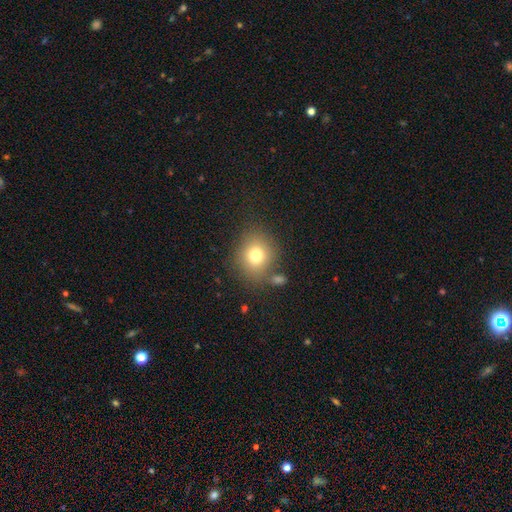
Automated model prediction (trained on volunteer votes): Q: Smooth or featured?
A: smooth (74%); runner-up: star or artifact (14%)
Q: How rounded?
A: round (77%); runner-up: in between (22%)
Q: Merging?
A: none (73%); runner-up: minor disturbance (13%)